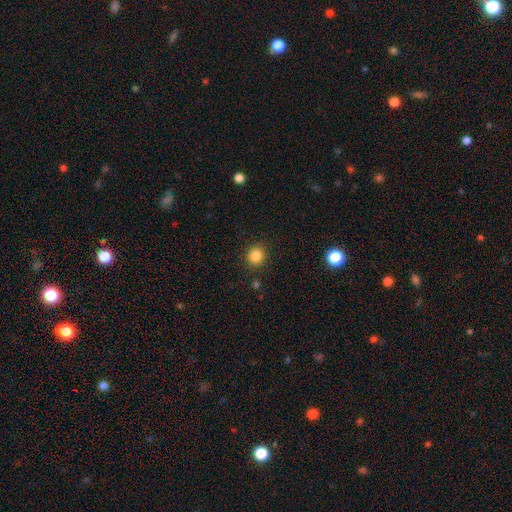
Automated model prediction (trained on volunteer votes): A smooth galaxy with no disk features (85%) that is round (90%). Merging: none (90%).